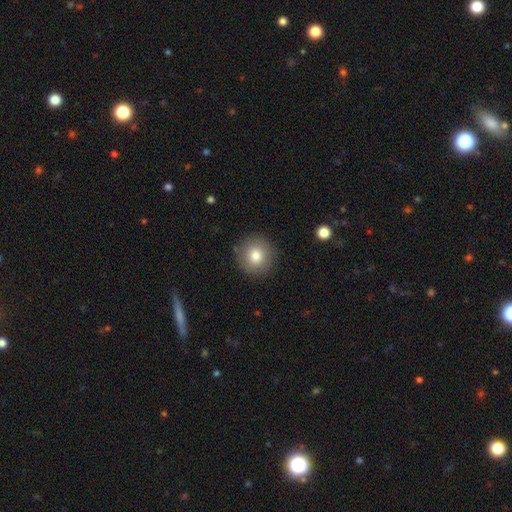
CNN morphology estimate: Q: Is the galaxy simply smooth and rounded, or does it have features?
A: smooth — 80%.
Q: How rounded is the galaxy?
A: round — 95%.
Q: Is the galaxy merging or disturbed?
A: none — 89%.